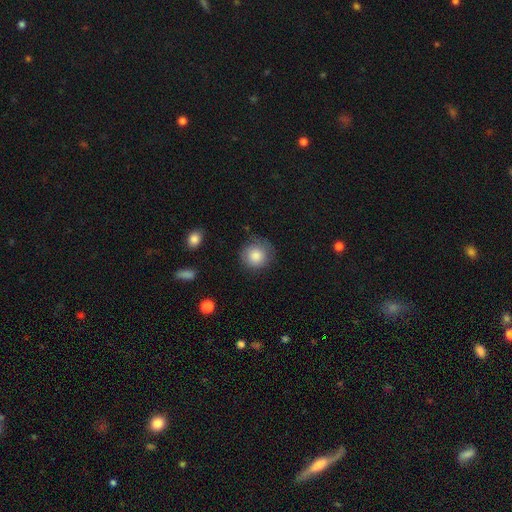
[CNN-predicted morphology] This appears to be a smooth galaxy with no disk features (85%) that is round (91%). Merging: none (76%).